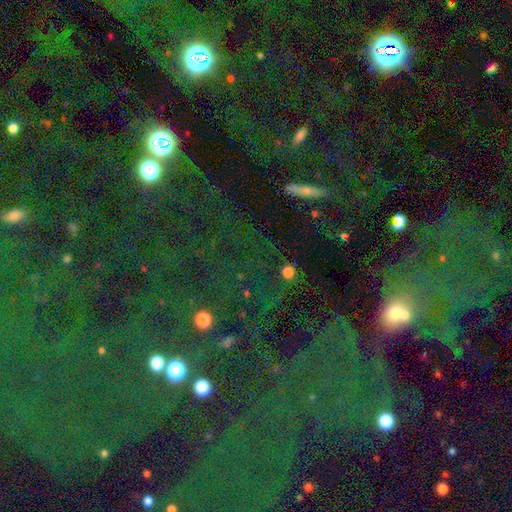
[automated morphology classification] This appears to be a star or artifact, not a galaxy (72%).